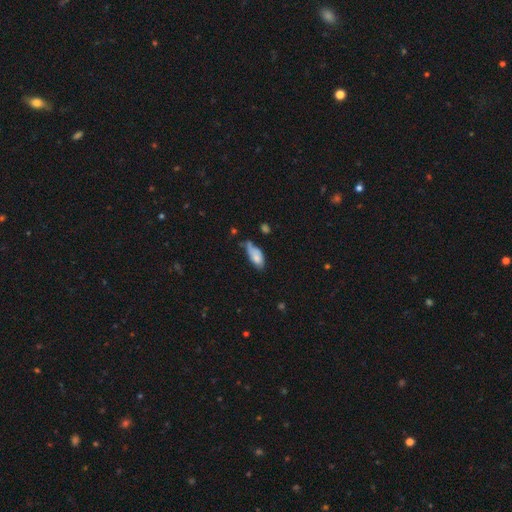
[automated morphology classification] Overall: smooth (73%). How rounded: in between (85%). Merging: minor disturbance (40%; none 36%).